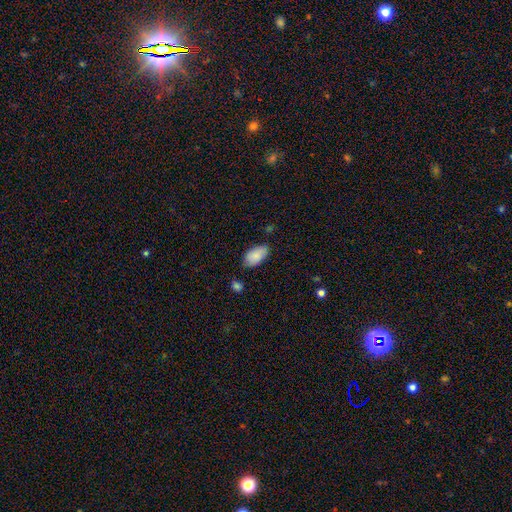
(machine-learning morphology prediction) This appears to be a smooth galaxy with no disk features (87%) that is in between round and cigar-shaped (95%). Merging: none (71%).